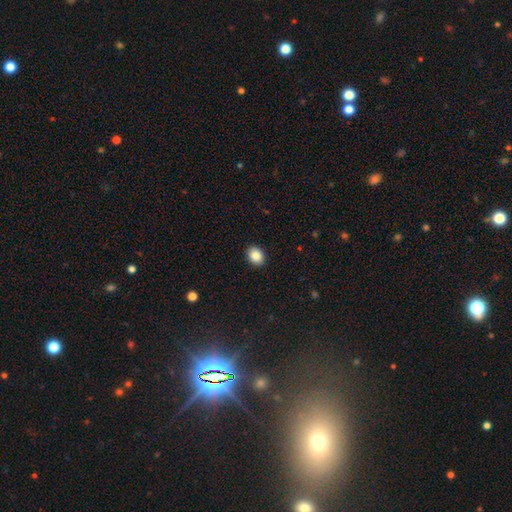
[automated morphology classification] Overall: smooth (87%). How rounded: in between (55%; round 44%). Merging: none (91%).